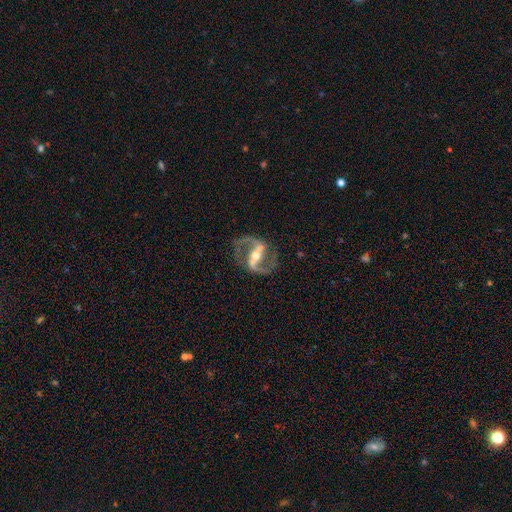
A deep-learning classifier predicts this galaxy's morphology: Smooth or featured? featured or disk (92%)
Edge-on disk? no (96%)
Bar? strong (67%)
Spiral arms? yes (97%)
Spiral winding? medium (51%)
Spiral arm count? 2 (94%)
Bulge size? moderate (57%)
Merging? none (80%)